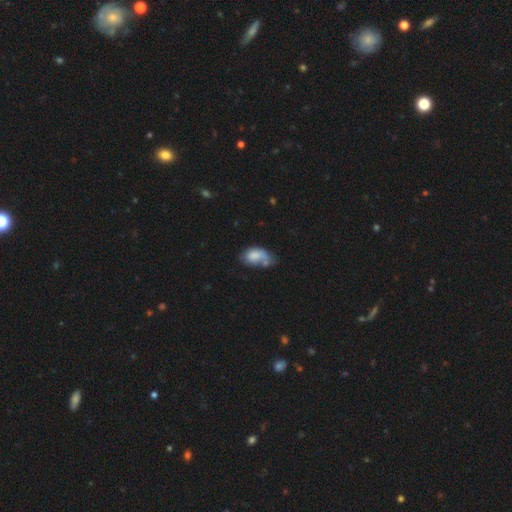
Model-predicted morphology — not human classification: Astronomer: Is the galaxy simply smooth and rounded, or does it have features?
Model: smooth — 72%.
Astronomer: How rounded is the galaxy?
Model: in between — 89%.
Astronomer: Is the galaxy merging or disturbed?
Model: none — 29%, tied with minor disturbance at 29%.